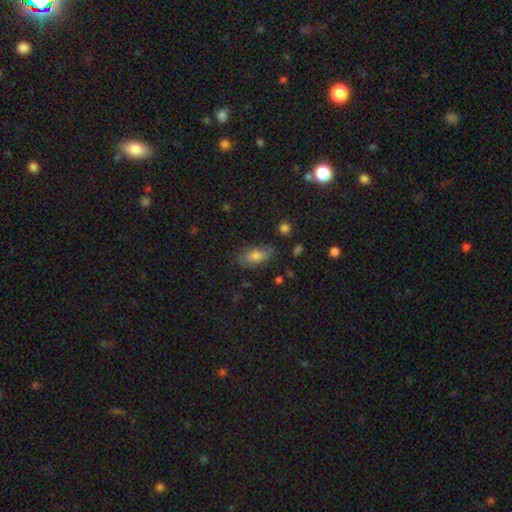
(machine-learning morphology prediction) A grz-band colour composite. It shows a smooth galaxy with no disk features (71%) that is in between round and cigar-shaped (86%). Merging: none (79%).